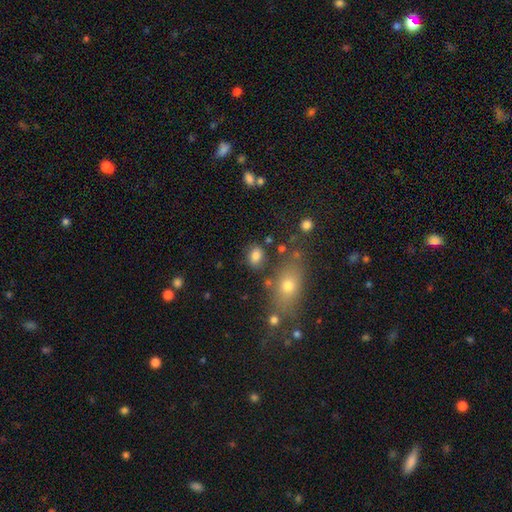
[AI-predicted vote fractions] Morphology: type=smooth (82%); roundness=in between (71%); merging=none (76%).